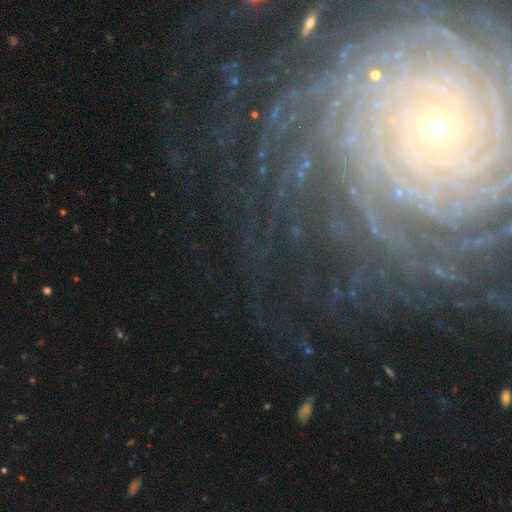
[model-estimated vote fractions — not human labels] Smooth or featured?
  - featured or disk: 80% *
  - star or artifact: 13%
  - smooth: 8%
Edge-on disk?
  - no: 97% *
  - yes: 3%
Bar?
  - no: 72% *
  - weak: 16%
  - strong: 12%
Spiral arms?
  - yes: 96% *
  - no: 4%
Spiral winding?
  - tight: 84% *
  - medium: 12%
  - loose: 4%
Spiral arm count?
  - more than 4: 43% *
  - can't tell: 18%
  - 4: 12%
  - 3: 9%
  - 2: 9%
  - 1: 9%
Bulge size?
  - small: 81% *
  - moderate: 13%
  - large: 2%
  - none: 2%
  - dominant: 1%
Merging?
  - none: 79% *
  - minor disturbance: 10%
  - major disturbance: 9%
  - merger: 2%